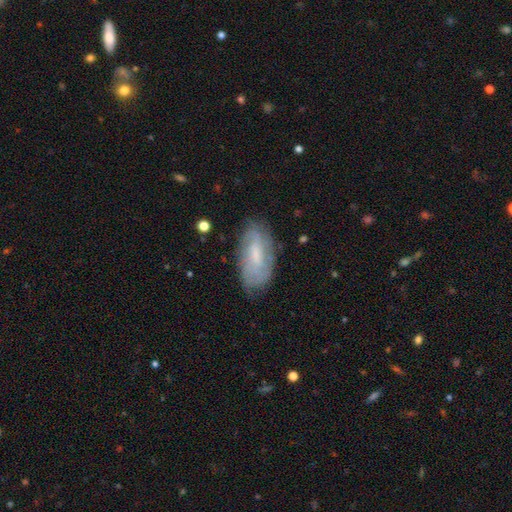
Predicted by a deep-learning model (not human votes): The model was most divided on "smooth or featured": featured or disk: 54%, smooth: 38%, star or artifact: 8%. More confident: edge-on disk — no (90%); merging — none (74%).